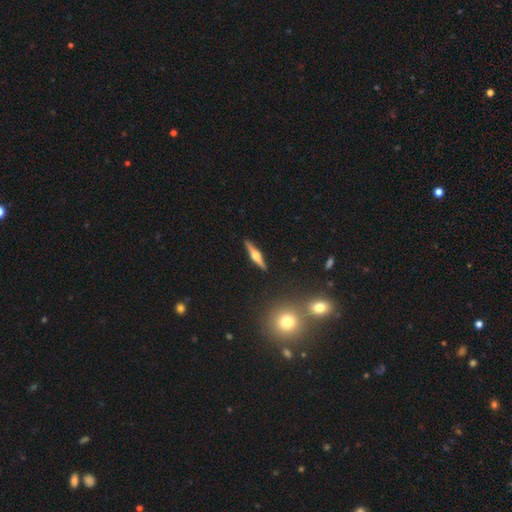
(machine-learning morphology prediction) Smooth or featured? Predicted: featured or disk (p=0.73). Edge-on disk? Predicted: yes (p=0.98). Edge-on bulge? Predicted: rounded (p=0.93). Merging? Predicted: none (p=0.91).